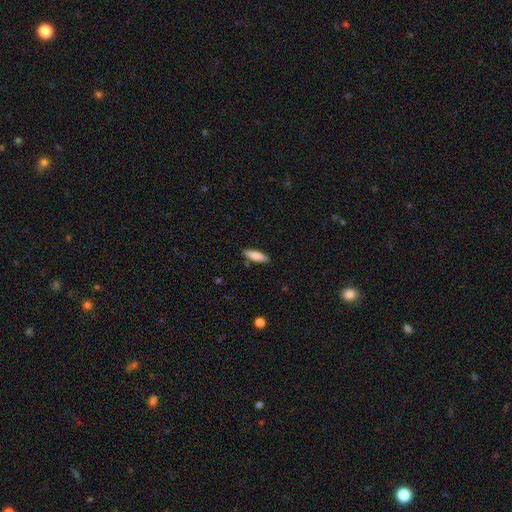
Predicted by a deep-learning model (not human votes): The model was most divided on "how rounded": cigar-shaped: 62%, in between: 36%, round: 2%. More confident: merging — none (86%); smooth or featured — smooth (82%).